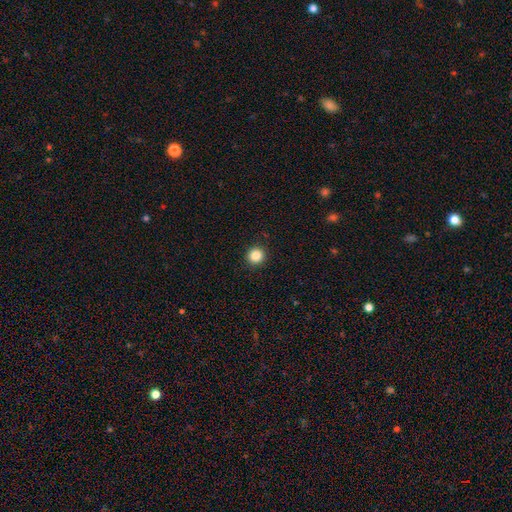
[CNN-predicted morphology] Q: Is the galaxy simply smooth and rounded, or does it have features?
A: smooth — 86%.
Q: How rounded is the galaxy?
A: round — 94%.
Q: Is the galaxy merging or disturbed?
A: none — 93%.